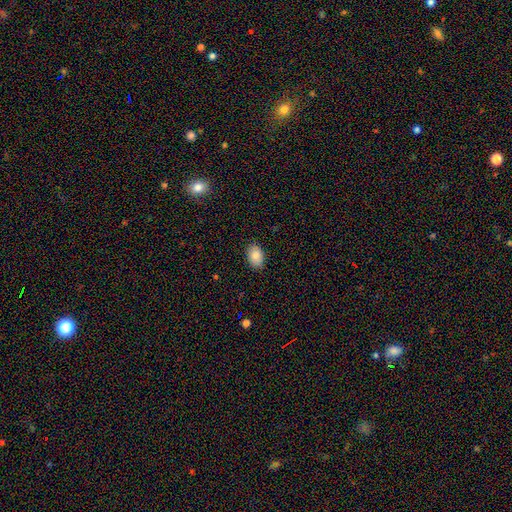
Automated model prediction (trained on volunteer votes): A smooth galaxy with no disk features (86%) that is in between round and cigar-shaped (87%). Merging: none (88%).